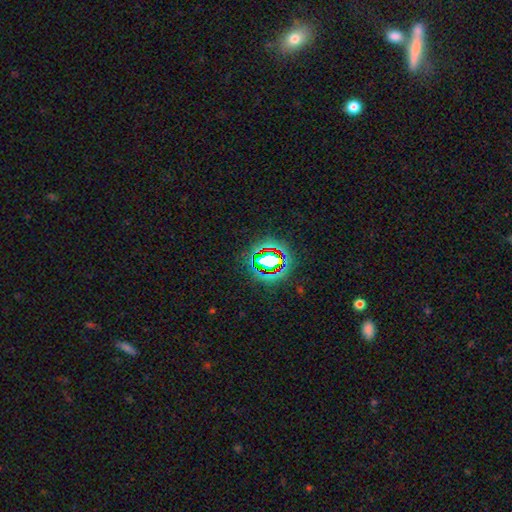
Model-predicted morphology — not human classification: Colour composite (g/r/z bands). It shows a star or artifact, not a galaxy (72%).